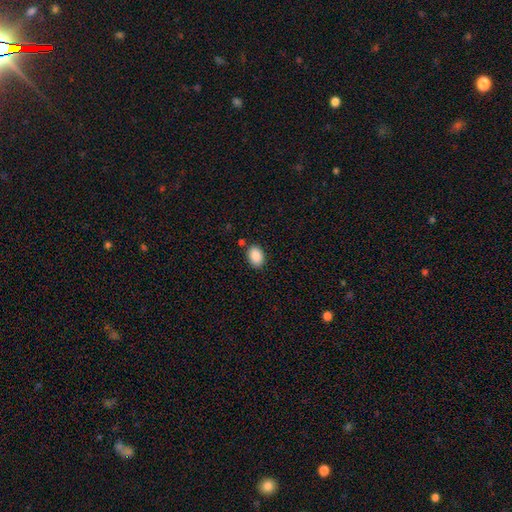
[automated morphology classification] This appears to be a smooth galaxy with no disk features (89%) that is in between round and cigar-shaped (79%). Merging: none (82%).